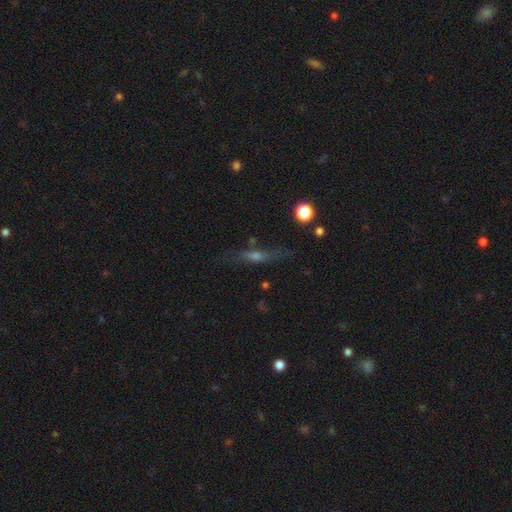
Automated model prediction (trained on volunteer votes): Q: Smooth or featured?
A: featured or disk (53%); runner-up: smooth (32%)
Q: Edge-on disk?
A: yes (86%); runner-up: no (14%)
Q: Merging?
A: none (75%); runner-up: minor disturbance (15%)